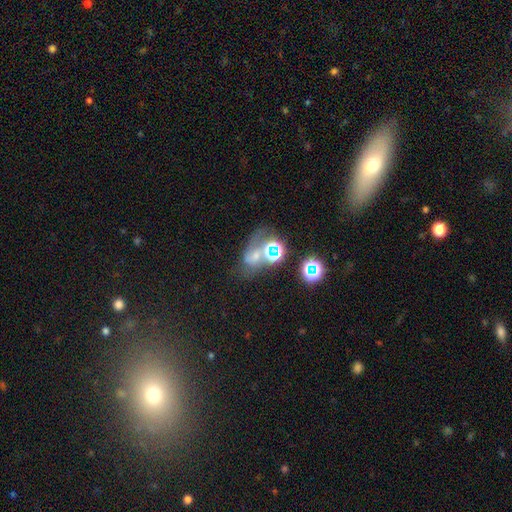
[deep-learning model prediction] Smooth or featured?
  - smooth: 37% *
  - featured or disk: 34%
  - star or artifact: 29%
Merging?
  - none: 32% *
  - merger: 28%
  - major disturbance: 23%
  - minor disturbance: 17%